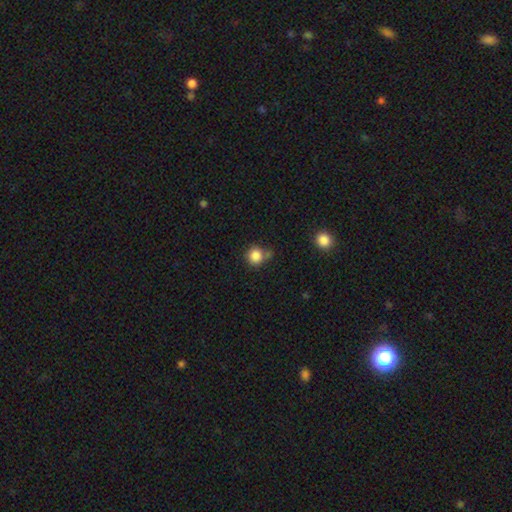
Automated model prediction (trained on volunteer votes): Q: Smooth or featured?
A: smooth (85%); runner-up: star or artifact (10%)
Q: How rounded?
A: round (88%); runner-up: in between (11%)
Q: Merging?
A: none (63%); runner-up: minor disturbance (20%)